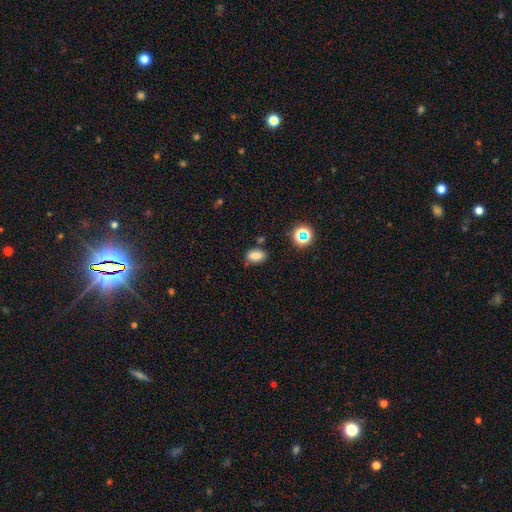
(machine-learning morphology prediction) type=smooth (78%); roundness=in between (83%); merging=none (77%).